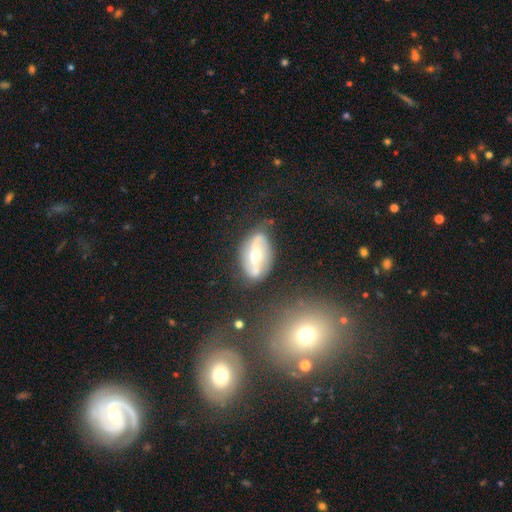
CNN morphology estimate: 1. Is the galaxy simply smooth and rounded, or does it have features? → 69% featured or disk, 25% smooth, 7% star or artifact.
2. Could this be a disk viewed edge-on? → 87% no, 13% yes.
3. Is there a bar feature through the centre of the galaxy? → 54% strong, 25% weak, 21% no.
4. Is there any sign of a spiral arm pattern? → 64% yes, 36% no.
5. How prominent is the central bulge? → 66% moderate, 27% small, 5% large, 1% dominant, 1% none.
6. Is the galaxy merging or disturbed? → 63% none, 21% minor disturbance, 8% major disturbance, 7% merger.